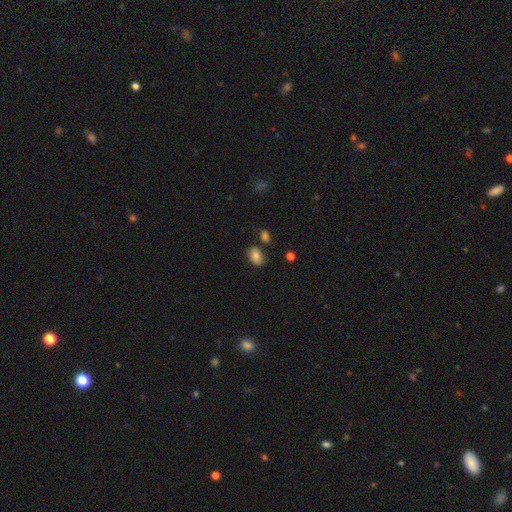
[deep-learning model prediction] Smooth or featured?
  - smooth: 80% *
  - featured or disk: 10%
  - star or artifact: 10%
How rounded?
  - in between: 81% *
  - round: 18%
  - cigar-shaped: 1%
Merging?
  - none: 77% *
  - minor disturbance: 14%
  - merger: 6%
  - major disturbance: 4%